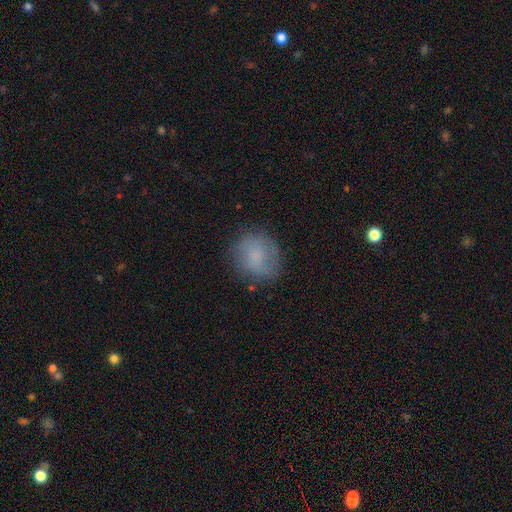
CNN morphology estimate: smooth-or-featured: smooth: 67% | featured or disk: 23% | star or artifact: 9%
  how-rounded: round: 76% | in between: 23% | cigar-shaped: 1%
  merging: none: 74% | minor disturbance: 18% | major disturbance: 6% | merger: 1%